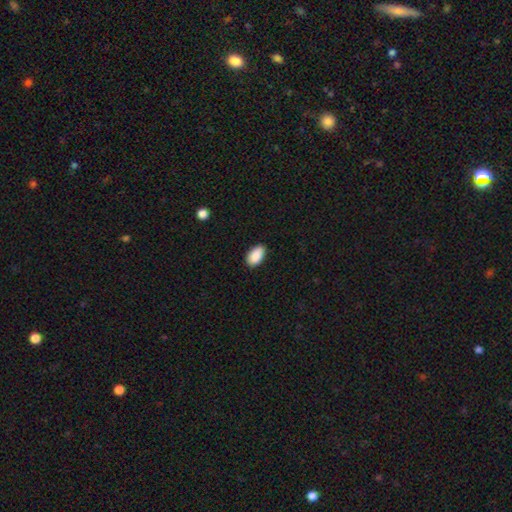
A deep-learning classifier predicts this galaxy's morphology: A smooth galaxy with no disk features (90%) that is in between round and cigar-shaped (94%). Merging: none (85%).